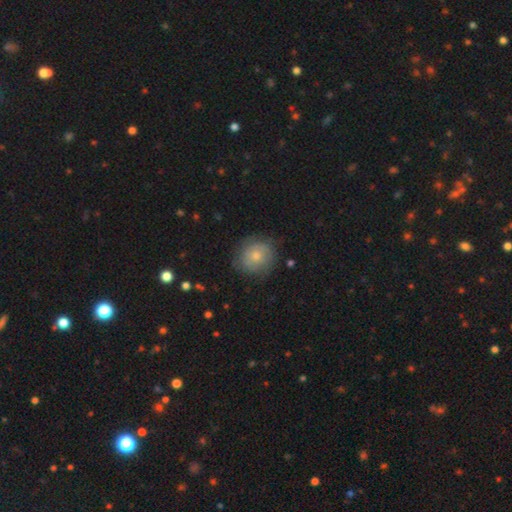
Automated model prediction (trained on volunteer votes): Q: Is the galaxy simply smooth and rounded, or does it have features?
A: smooth — 61%.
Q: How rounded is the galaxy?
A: round — 84%.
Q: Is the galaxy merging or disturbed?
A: none — 75%.